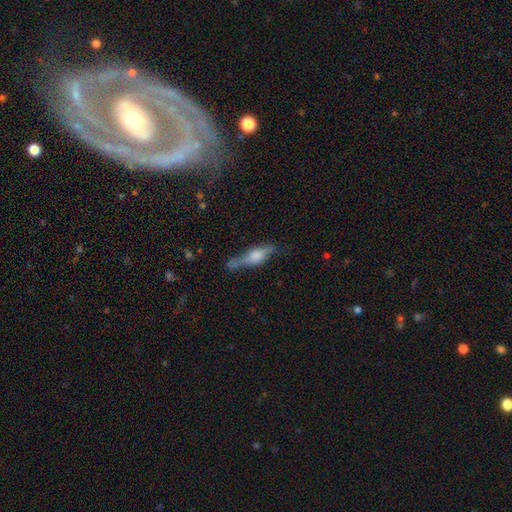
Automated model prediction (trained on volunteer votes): Q: Smooth or featured?
A: featured or disk (48%); runner-up: smooth (44%)
Q: Merging?
A: none (54%); runner-up: minor disturbance (28%)